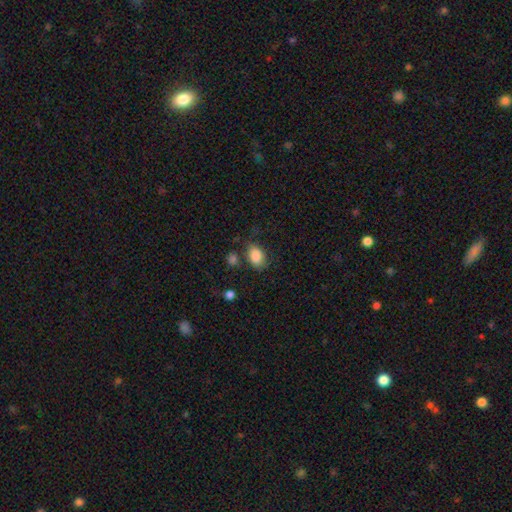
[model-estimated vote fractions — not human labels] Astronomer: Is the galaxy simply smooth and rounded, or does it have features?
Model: smooth — 86%.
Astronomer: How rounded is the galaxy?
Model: in between — 82%.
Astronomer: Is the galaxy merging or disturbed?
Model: none — 65%.